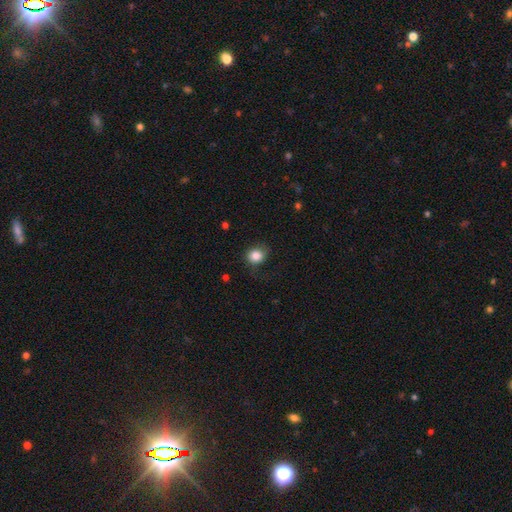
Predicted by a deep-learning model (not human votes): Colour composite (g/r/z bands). It shows a smooth galaxy with no disk features (86%) that is round (71%). Merging: none (73%).